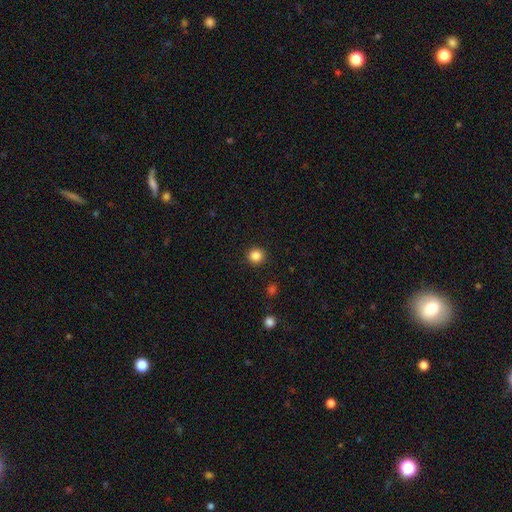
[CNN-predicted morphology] Smooth or featured? Predicted: smooth (p=0.86). How rounded? Predicted: round (p=0.91). Merging? Predicted: none (p=0.92).